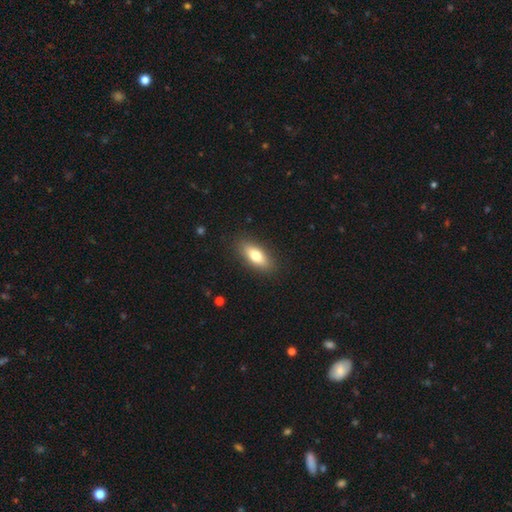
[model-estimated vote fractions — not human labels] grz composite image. It shows a smooth galaxy with no disk features (75%) that is in between round and cigar-shaped (72%). Merging: none (88%).